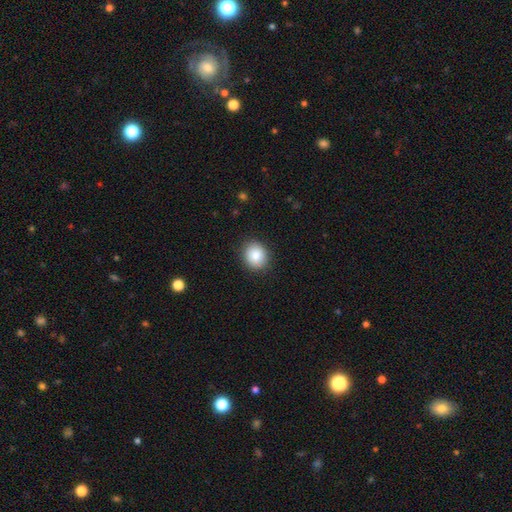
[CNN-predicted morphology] Q: Smooth or featured?
A: smooth (83%); runner-up: featured or disk (8%)
Q: How rounded?
A: round (75%); runner-up: in between (24%)
Q: Merging?
A: none (89%); runner-up: minor disturbance (8%)